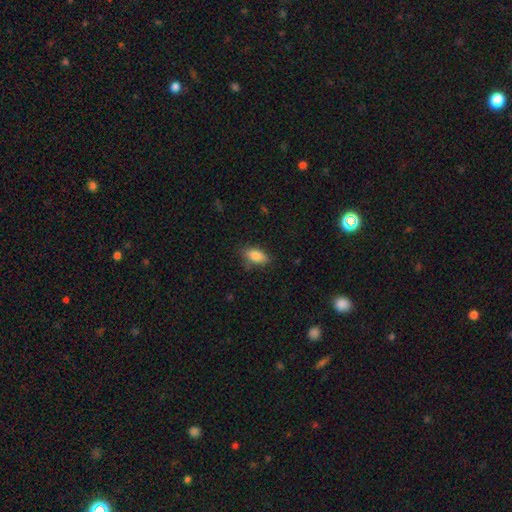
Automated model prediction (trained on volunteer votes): smooth 83%, featured or disk 8%, star or artifact 8%. Down the decision tree: how rounded — in between (88%); merging — none (77%).